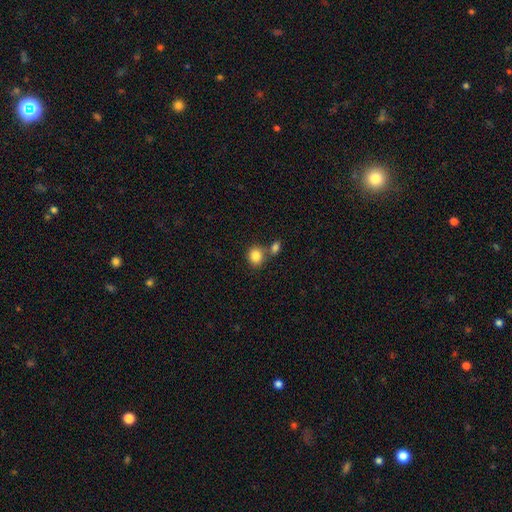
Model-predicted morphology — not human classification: smooth 86%, star or artifact 9%, featured or disk 6%. Down the decision tree: how rounded — round (76%); merging — none (58%).